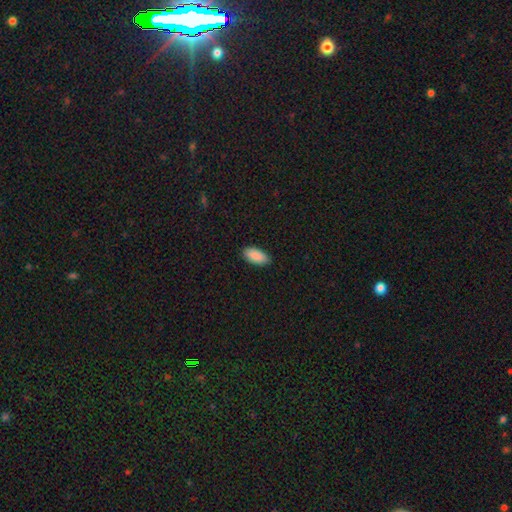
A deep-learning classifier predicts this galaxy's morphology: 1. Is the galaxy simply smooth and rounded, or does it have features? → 90% smooth, 6% star or artifact, 3% featured or disk.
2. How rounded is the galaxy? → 92% in between, 7% cigar-shaped, 2% round.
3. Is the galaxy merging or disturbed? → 87% none, 11% minor disturbance, 2% major disturbance, 1% merger.